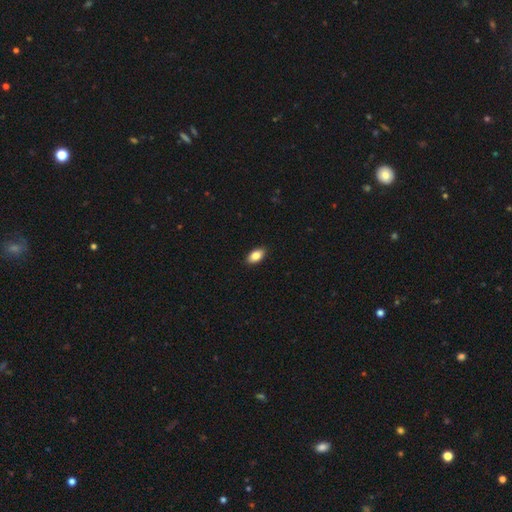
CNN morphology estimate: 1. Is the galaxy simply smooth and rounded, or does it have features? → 85% smooth, 7% star or artifact, 7% featured or disk.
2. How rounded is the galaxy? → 92% in between, 5% round, 3% cigar-shaped.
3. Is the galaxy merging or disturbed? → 90% none, 7% minor disturbance, 2% major disturbance, 1% merger.